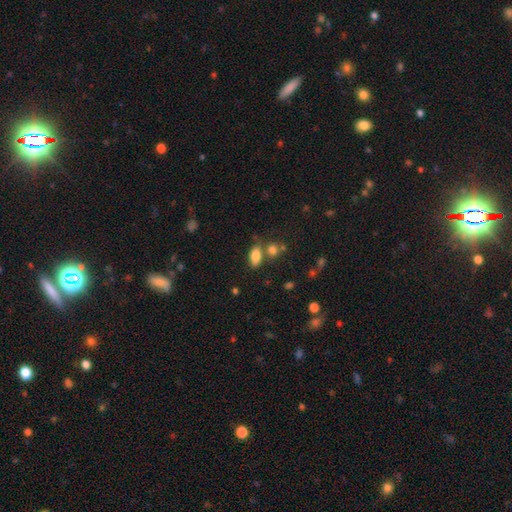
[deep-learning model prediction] Smooth or featured? smooth (83%)
How rounded? in between (90%)
Merging? none (65%)